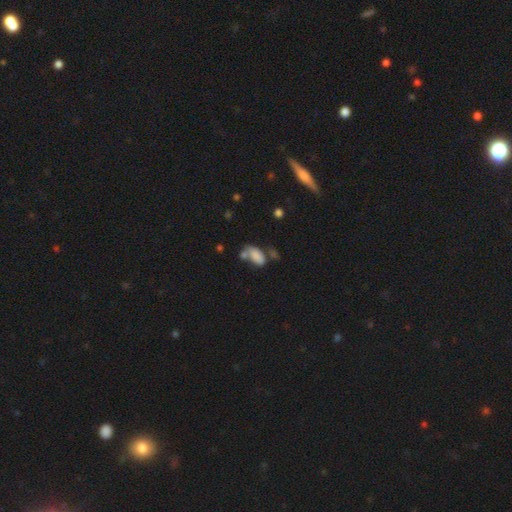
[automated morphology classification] A smooth galaxy with no disk features (78%) that is in between round and cigar-shaped (92%).

Vote fractions:
- Smooth or featured? smooth: 78% / featured or disk: 12% / star or artifact: 10%
- How rounded? in between: 92% / round: 5% / cigar-shaped: 3%
- Merging? merger: 36% / none: 35% / minor disturbance: 18% / major disturbance: 11%